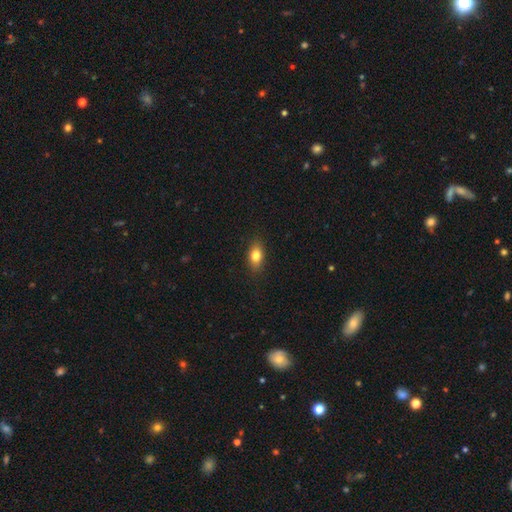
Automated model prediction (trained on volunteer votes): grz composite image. It shows a smooth galaxy with no disk features (80%) that is in between round and cigar-shaped (81%). Merging: none (86%).